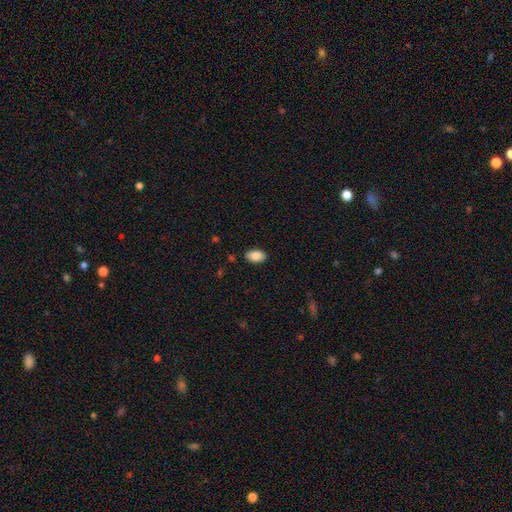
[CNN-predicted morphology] Smooth or featured? Predicted: smooth (p=0.88). How rounded? Predicted: in between (p=0.92). Merging? Predicted: none (p=0.86).